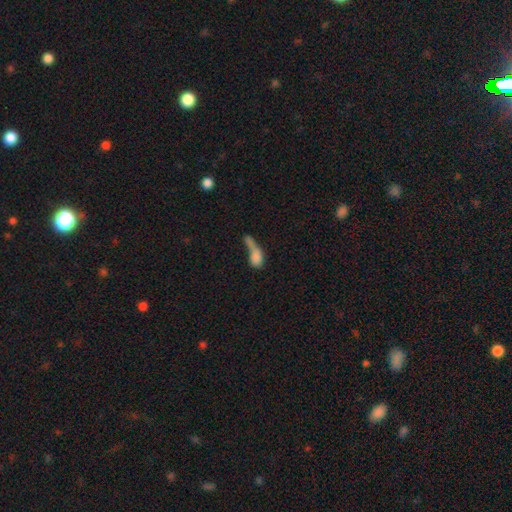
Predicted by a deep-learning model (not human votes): smooth 72%, featured or disk 18%, star or artifact 10%. Down the decision tree: how rounded — in between (65%); merging — merger (40%).